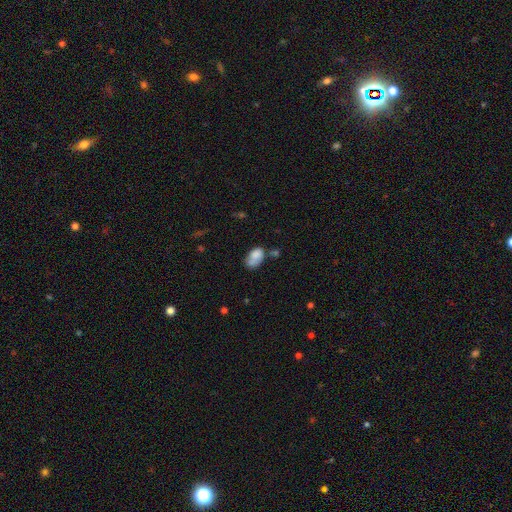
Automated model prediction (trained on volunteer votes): Smooth or featured: smooth — 78% (featured or disk — 13%)
How rounded: in between — 90% (round — 8%)
Merging: none — 40% (minor disturbance — 30%)